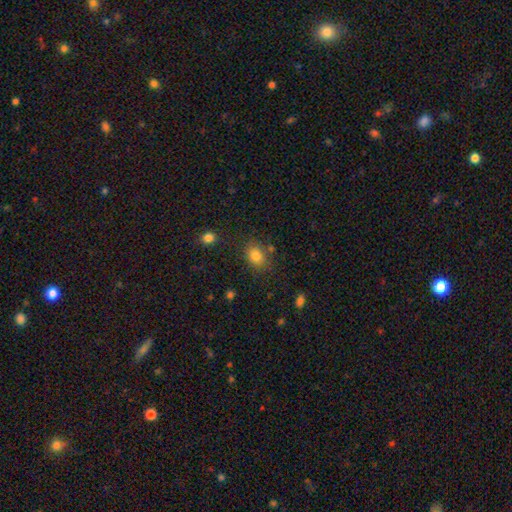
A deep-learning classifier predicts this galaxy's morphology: Overall: smooth (82%). How rounded: in between (61%; round 38%). Merging: none (77%).